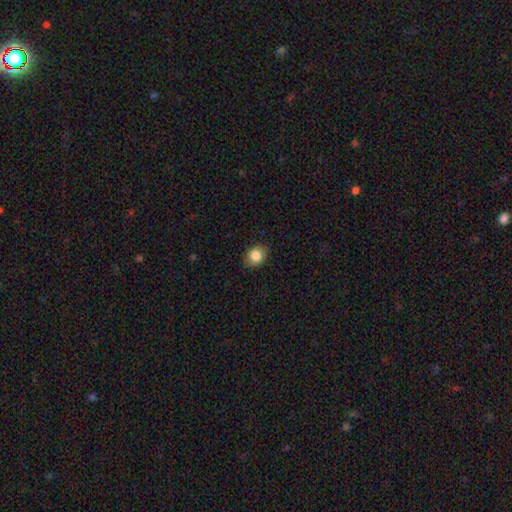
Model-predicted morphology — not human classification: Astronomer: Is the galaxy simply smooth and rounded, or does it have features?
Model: smooth — 85%.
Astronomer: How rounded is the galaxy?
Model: round — 52% (runner-up: in between, 47%).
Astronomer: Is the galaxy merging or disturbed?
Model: none — 84%.